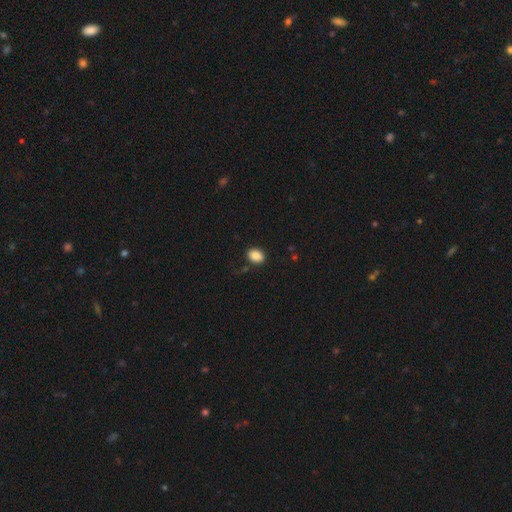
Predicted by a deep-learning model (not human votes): This appears to be a smooth galaxy with no disk features (89%) that is in between round and cigar-shaped (73%). Merging: none (85%).